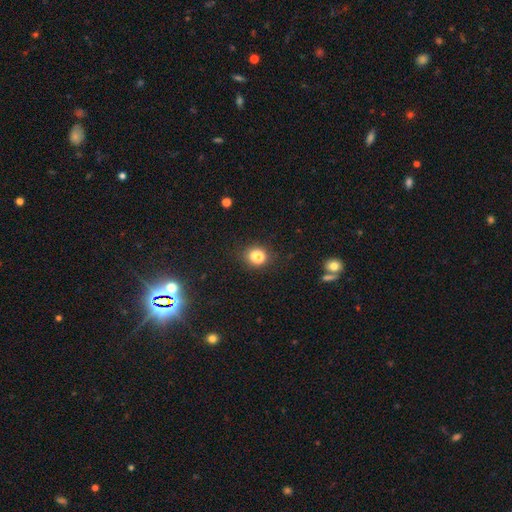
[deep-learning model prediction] Smooth or featured? Predicted: smooth (p=0.79). How rounded? Predicted: round (p=0.63). Merging? Predicted: none (p=0.83).